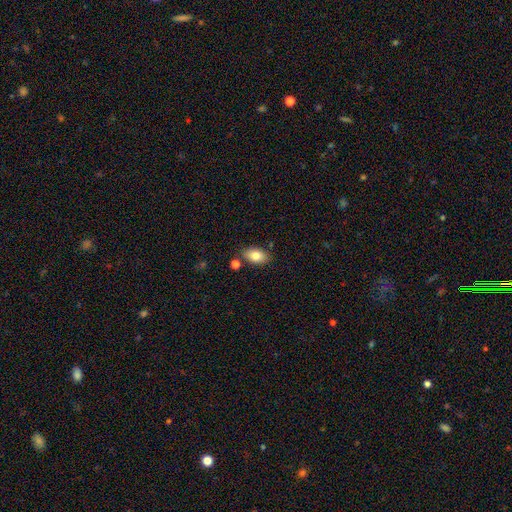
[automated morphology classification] A smooth galaxy with no disk features (82%) that is in between round and cigar-shaped (90%). Merging: none (80%).